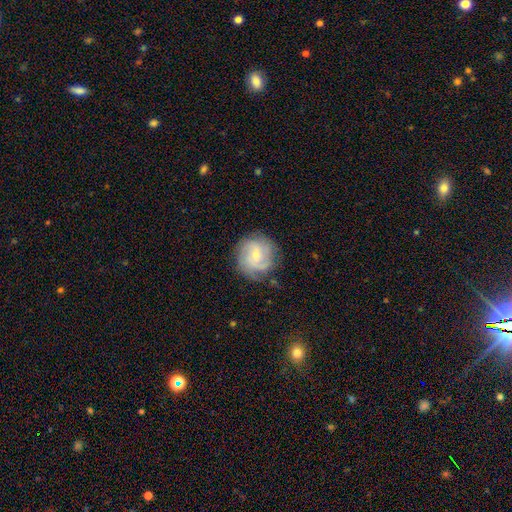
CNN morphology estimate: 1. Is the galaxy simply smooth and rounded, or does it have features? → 61% featured or disk, 31% smooth, 7% star or artifact.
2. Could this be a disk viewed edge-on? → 98% no, 2% yes.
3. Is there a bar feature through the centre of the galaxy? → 48% no, 44% weak, 8% strong.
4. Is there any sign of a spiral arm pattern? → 87% yes, 13% no.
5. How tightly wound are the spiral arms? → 42% tight, 40% medium, 19% loose.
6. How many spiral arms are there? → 33% can't tell, 30% 2, 21% 3, 7% 4, 5% 1, 4% more than 4.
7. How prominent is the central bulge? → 65% small, 30% moderate, 3% none, 2% large, 1% dominant.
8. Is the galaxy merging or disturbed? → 76% none, 17% minor disturbance, 6% major disturbance, 1% merger.